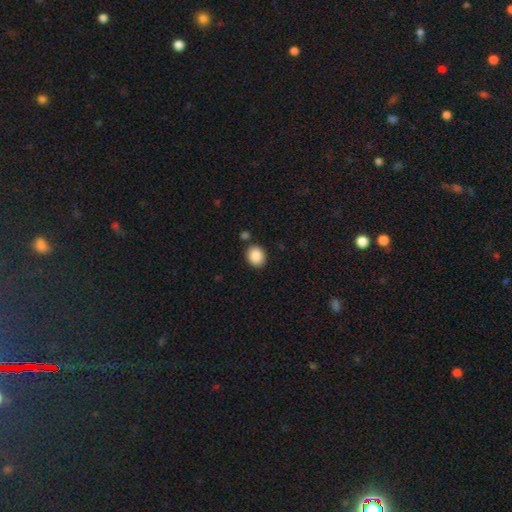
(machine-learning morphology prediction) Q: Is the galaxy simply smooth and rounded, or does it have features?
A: smooth — 89%.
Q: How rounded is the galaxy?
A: round — 55%.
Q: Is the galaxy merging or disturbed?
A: none — 84%.